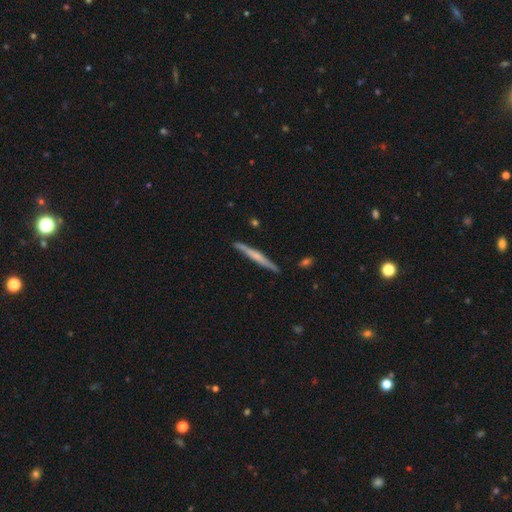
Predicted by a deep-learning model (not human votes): A featured or disk galaxy (56%) viewed edge-on (97%) with no central bulge (46%).

Vote fractions:
- Smooth or featured? featured or disk: 56% / smooth: 38% / star or artifact: 6%
- Edge-on disk? yes: 97% / no: 3%
- Edge-on bulge? none: 46% / rounded: 39% / boxy: 15%
- Merging? none: 87% / minor disturbance: 9% / merger: 2% / major disturbance: 2%